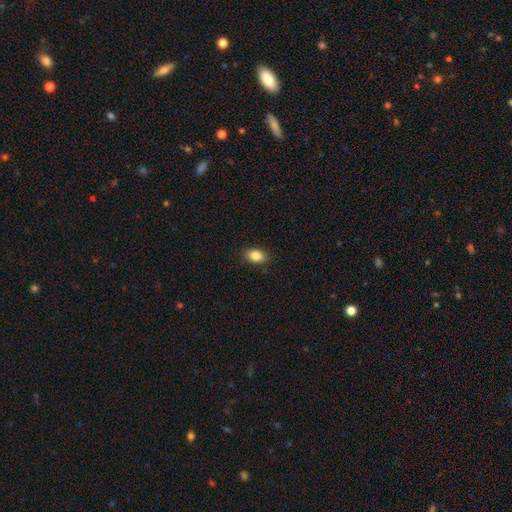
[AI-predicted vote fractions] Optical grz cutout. It shows a smooth galaxy with no disk features (85%) that is in between round and cigar-shaped (85%). Merging: none (88%).